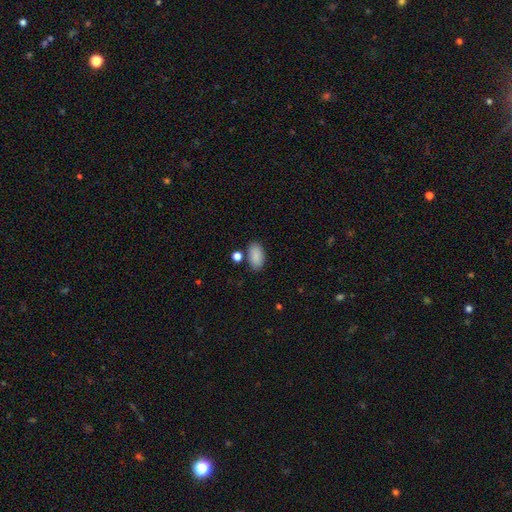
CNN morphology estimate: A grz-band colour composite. It shows a smooth galaxy with no disk features (88%) that is in between round and cigar-shaped (94%). Merging: none (79%).